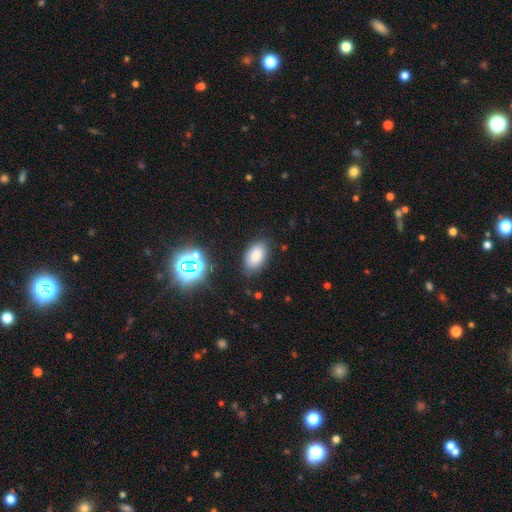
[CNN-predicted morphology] Q: Smooth or featured?
A: smooth (81%); runner-up: star or artifact (12%)
Q: How rounded?
A: in between (93%); runner-up: round (6%)
Q: Merging?
A: none (83%); runner-up: minor disturbance (12%)